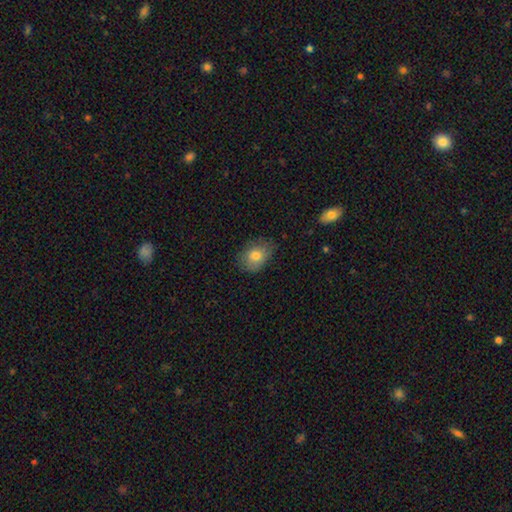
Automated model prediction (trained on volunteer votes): This appears to be a smooth galaxy with no disk features (79%) that is in between round and cigar-shaped (69%). Merging: none (71%).